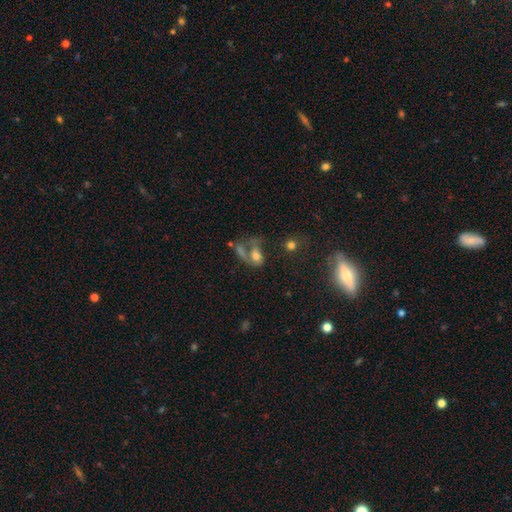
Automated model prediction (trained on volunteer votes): A smooth galaxy with no disk features (54%) that is in between round and cigar-shaped (72%). Merging: merger (36%).